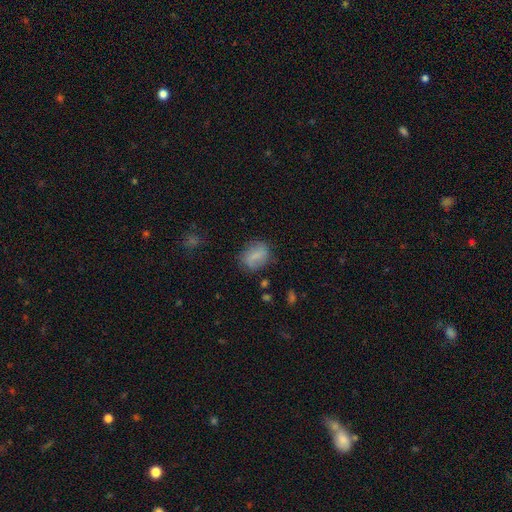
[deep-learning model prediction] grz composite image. It shows a smooth galaxy with no disk features (64%) that is in between round and cigar-shaped (63%). Merging: none (71%).